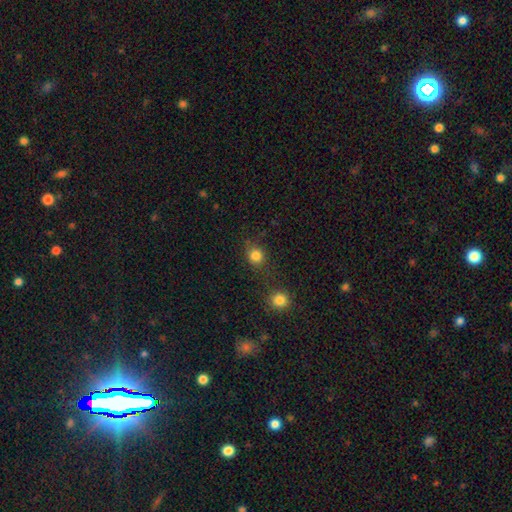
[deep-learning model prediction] This is clearly a smooth galaxy (82%). How rounded: clearly round (86%). Merging: likely none (72%).